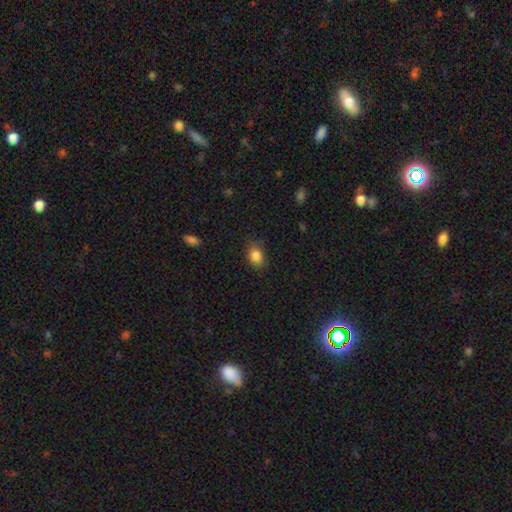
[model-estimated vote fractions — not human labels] A smooth galaxy with no disk features (86%) that is in between round and cigar-shaped (68%). Merging: none (78%).